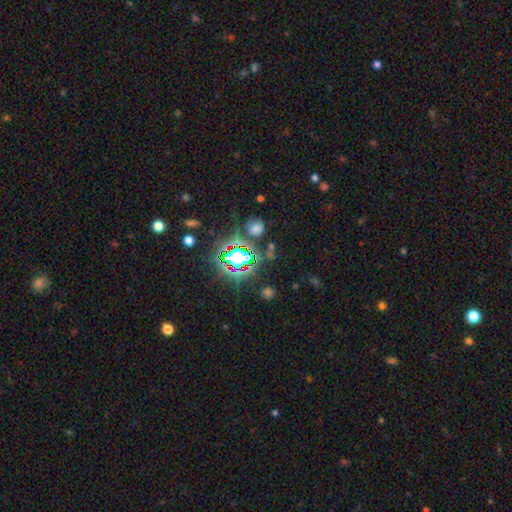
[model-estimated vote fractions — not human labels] This is clearly a star or artifact rather than a galaxy (81%).